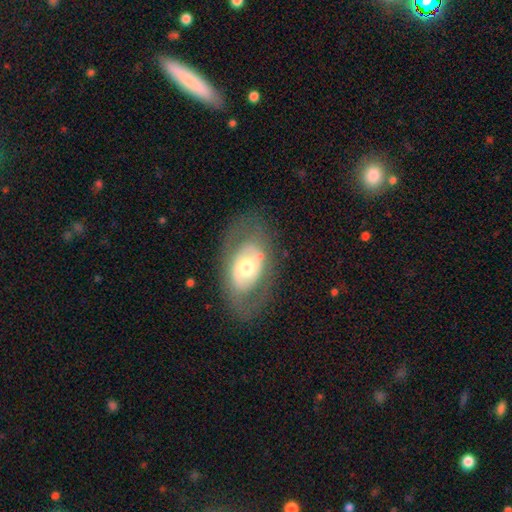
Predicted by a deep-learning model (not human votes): Morphology: type=featured or disk (58%); edge-on=no (91%); bar=no (77%); spiral arms=no (73%); bulge=moderate (67%); merging=none (72%).